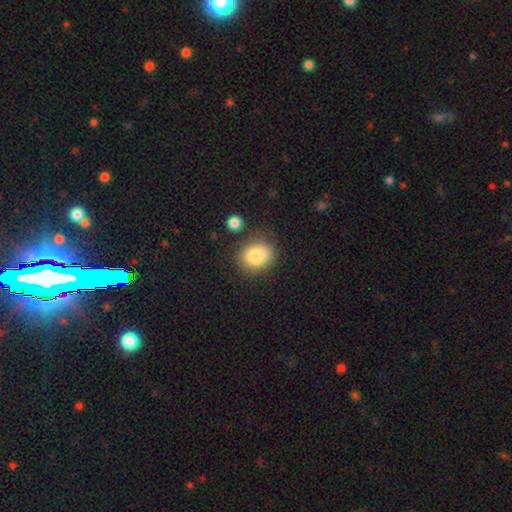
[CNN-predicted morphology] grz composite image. It shows a smooth galaxy with no disk features (86%) that is round (55%). Merging: none (74%).